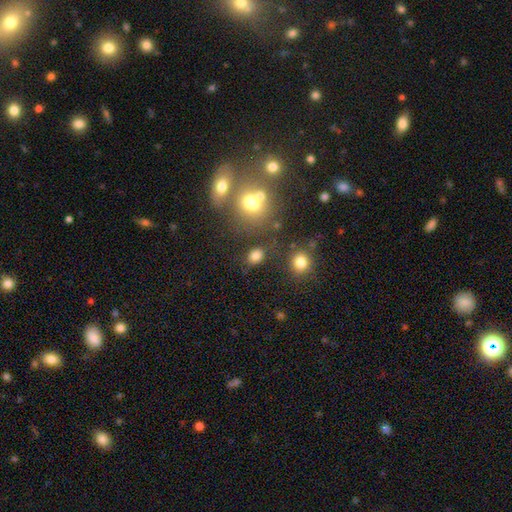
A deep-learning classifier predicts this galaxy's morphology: This appears to be a smooth galaxy with no disk features (80%) that is in between round and cigar-shaped (52%). Merging: none (76%).